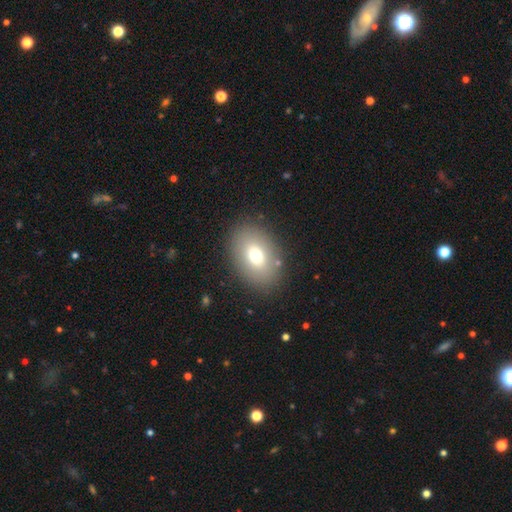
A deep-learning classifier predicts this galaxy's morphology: This is likely a smooth galaxy (73%). How rounded: clearly in between (80%). Merging: clearly none (85%).